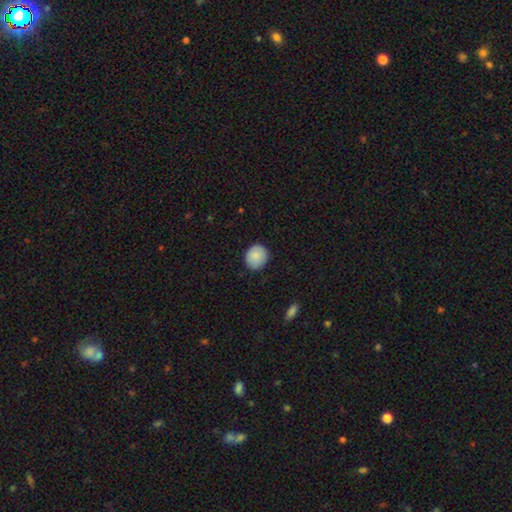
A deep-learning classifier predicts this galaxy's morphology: type=smooth (86%); roundness=round (76%); merging=none (85%).